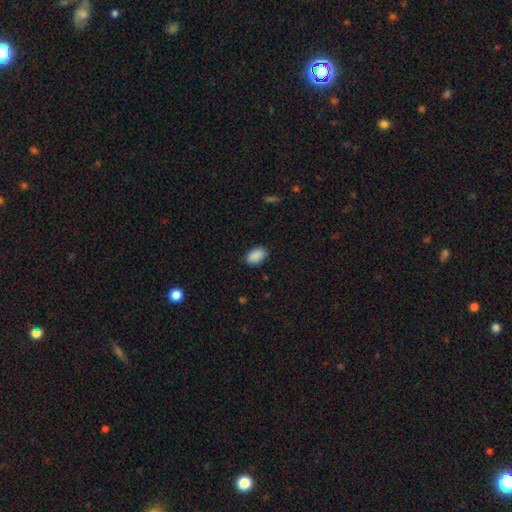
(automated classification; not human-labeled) This appears to be a smooth galaxy with no disk features (90%) that is in between round and cigar-shaped (91%). Merging: none (85%).